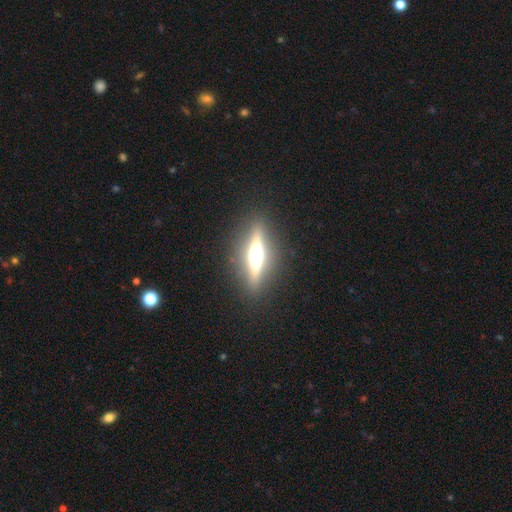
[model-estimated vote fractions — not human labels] smooth-or-featured: featured or disk: 72% | smooth: 18% | star or artifact: 10%
  disk-edge-on: yes: 95% | no: 5%
    edge-on-bulge: rounded: 92% | boxy: 6% | none: 2%
  merging: none: 88% | minor disturbance: 8% | major disturbance: 3% | merger: 1%